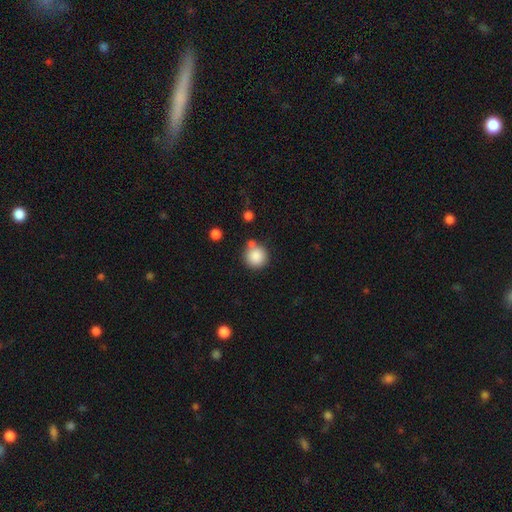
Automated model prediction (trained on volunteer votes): Smooth or featured? smooth (86%)
How rounded? round (93%)
Merging? none (70%)